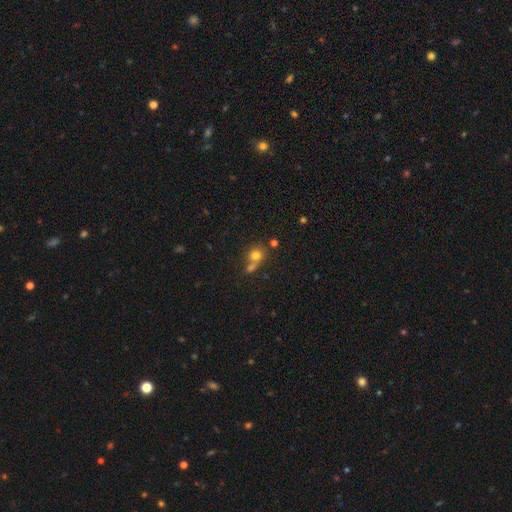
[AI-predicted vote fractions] This appears to be a smooth galaxy with no disk features (76%) that is round (79%). Merging: none (48%).